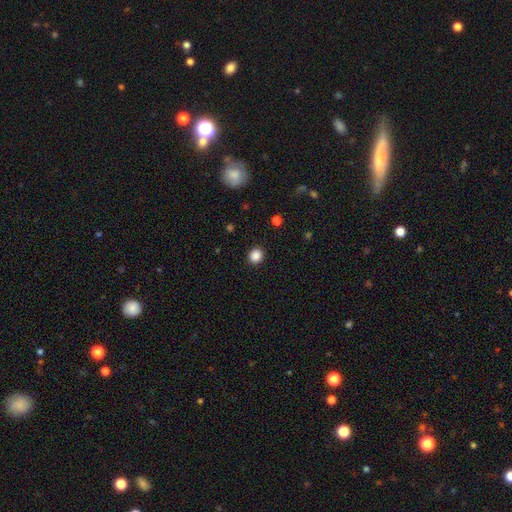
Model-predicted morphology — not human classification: smooth-or-featured: smooth: 87% | star or artifact: 11% | featured or disk: 3%
  how-rounded: round: 85% | in between: 14% | cigar-shaped: 1%
  merging: none: 91% | minor disturbance: 6% | major disturbance: 2% | merger: 1%